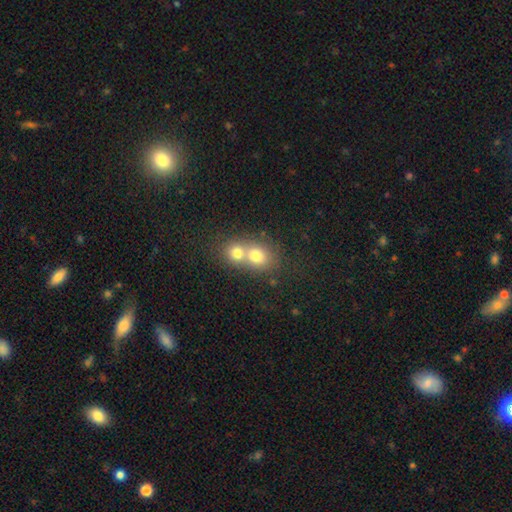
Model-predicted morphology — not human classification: type=smooth (72%); roundness=round (67%); merging=merger (67%).